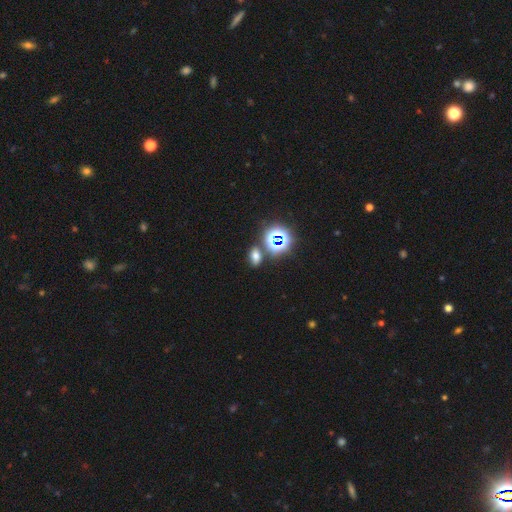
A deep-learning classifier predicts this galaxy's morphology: Smooth or featured: smooth — 59% (star or artifact — 32%)
How rounded: in between — 79% (round — 18%)
Merging: none — 77% (minor disturbance — 10%)